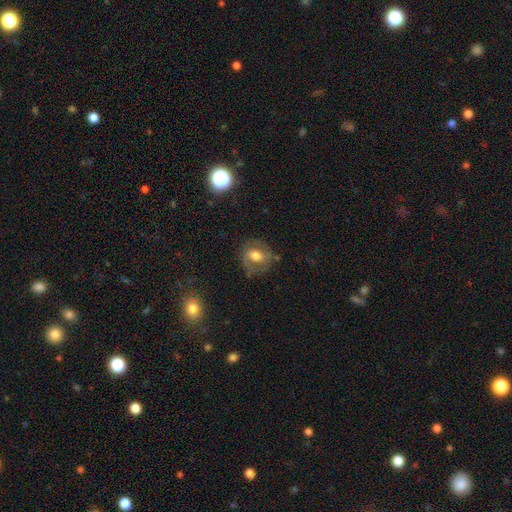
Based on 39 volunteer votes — Q: Smooth or featured?
A: featured or disk (56%); runner-up: smooth (44%)
Q: Edge-on disk?
A: no (95%); runner-up: yes (5%)
Q: Bar?
A: no (48%); runner-up: weak (38%)
Q: Spiral arms?
A: yes (81%); runner-up: no (19%)
Q: Spiral winding?
A: medium (65%); runner-up: tight (29%)
Q: Spiral arm count?
A: 2 (65%); runner-up: 1 (35%)
Q: Bulge size?
A: moderate (57%); runner-up: large (33%)
Q: Merging?
A: none (54%); runner-up: minor disturbance (31%)